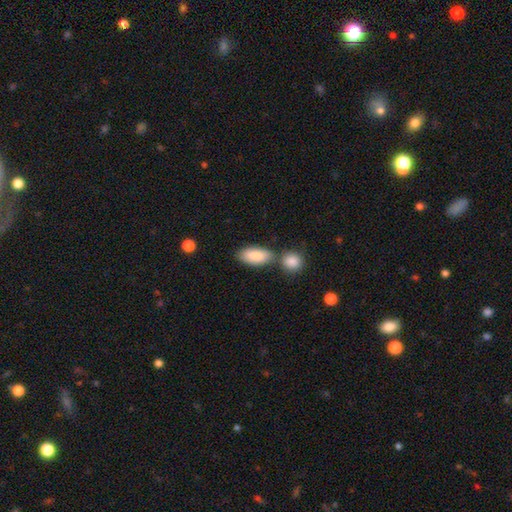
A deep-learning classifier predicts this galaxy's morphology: smooth_or_featured: smooth (p=0.86) [alt: featured or disk p=0.08]
how_rounded: in between (p=0.90) [alt: cigar-shaped p=0.07]
merging: none (p=0.56) [alt: merger p=0.27]